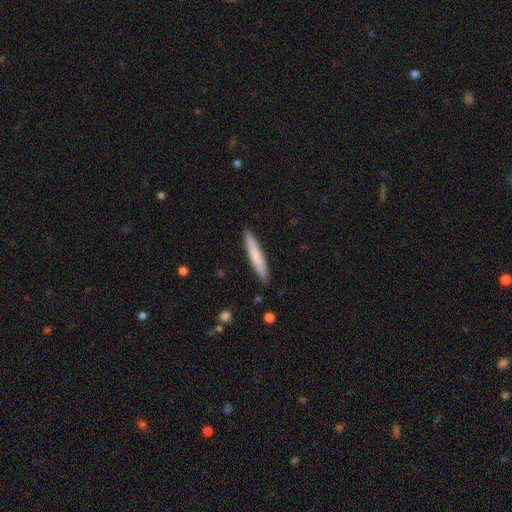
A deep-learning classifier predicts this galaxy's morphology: The model was most divided on "smooth or featured": smooth: 76%, featured or disk: 19%, star or artifact: 5%. More confident: how rounded — cigar-shaped (94%); merging — none (91%).